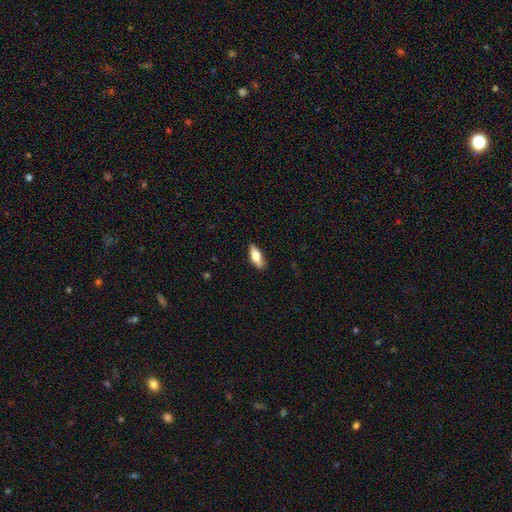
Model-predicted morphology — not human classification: This appears to be a smooth galaxy with no disk features (66%) that is in between round and cigar-shaped (69%). Merging: none (84%).